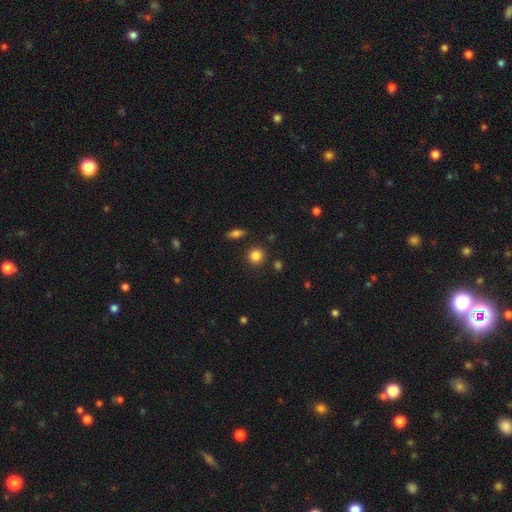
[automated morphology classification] This is clearly a smooth galaxy (85%). How rounded: clearly round (91%). Merging: clearly none (88%).